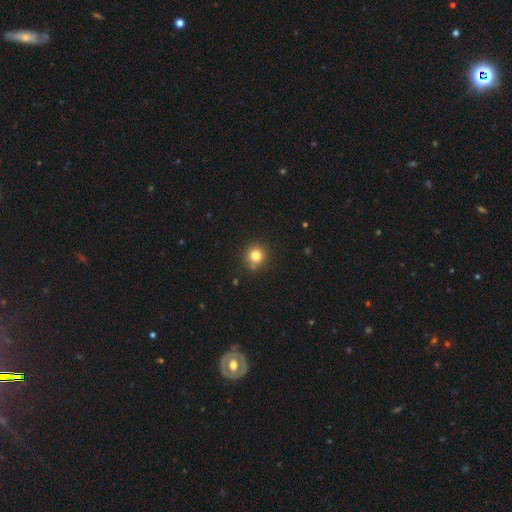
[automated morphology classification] Smooth or featured? Predicted: smooth (p=0.81). How rounded? Predicted: round (p=0.92). Merging? Predicted: none (p=0.84).